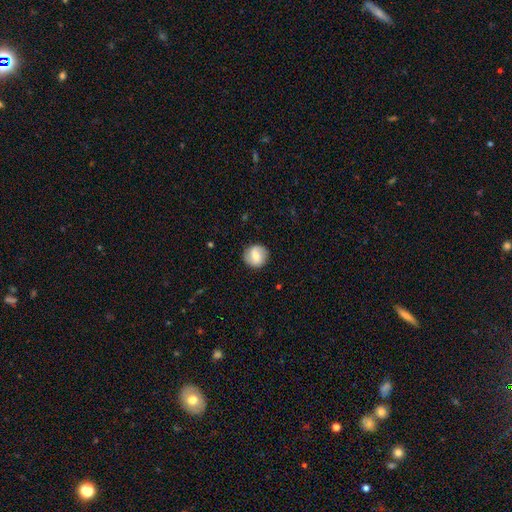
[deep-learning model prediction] This appears to be a smooth galaxy with no disk features (65%) that is round (91%). Merging: none (88%).